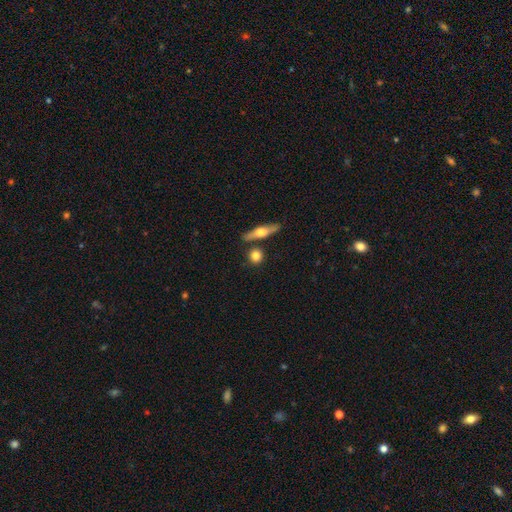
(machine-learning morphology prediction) Smooth or featured: smooth — 74% (featured or disk — 18%)
How rounded: round — 75% (in between — 17%)
Merging: none — 76% (merger — 12%)